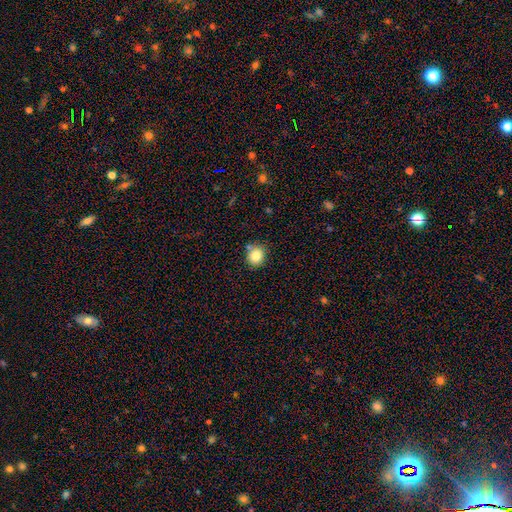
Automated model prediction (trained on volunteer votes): Smooth or featured? smooth (83%)
How rounded? round (80%)
Merging? none (79%)